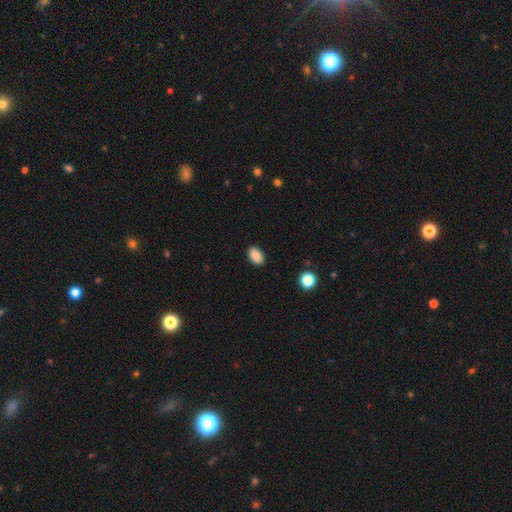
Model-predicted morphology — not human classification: smooth 89%, star or artifact 8%, featured or disk 3%. Down the decision tree: how rounded — in between (87%); merging — none (89%).